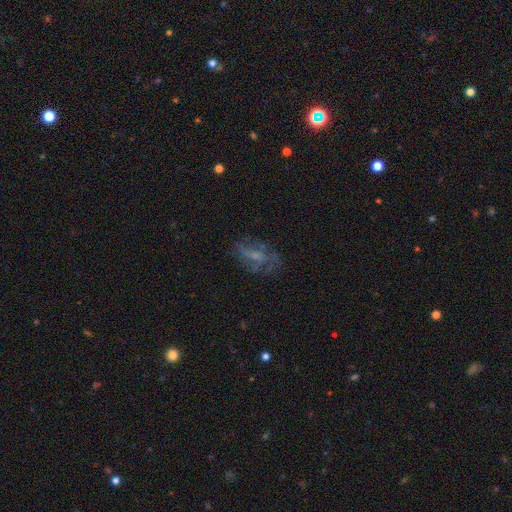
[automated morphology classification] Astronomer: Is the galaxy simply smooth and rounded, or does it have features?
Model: featured or disk — 56%.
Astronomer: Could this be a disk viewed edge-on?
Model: no — 93%.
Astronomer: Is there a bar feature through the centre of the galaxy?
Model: no — 55% (runner-up: weak, 36%).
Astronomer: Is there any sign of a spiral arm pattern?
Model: yes — 56% (runner-up: no, 44%).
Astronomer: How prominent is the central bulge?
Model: small — 46% (runner-up: moderate, 28%).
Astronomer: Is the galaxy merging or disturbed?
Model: none — 59%.